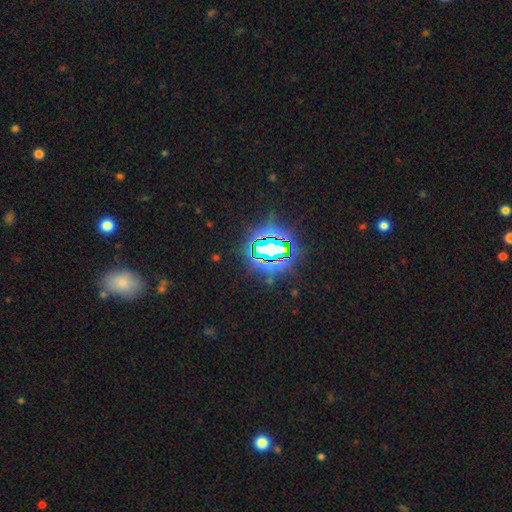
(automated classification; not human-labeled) This appears to be a star or artifact, not a galaxy (81%).